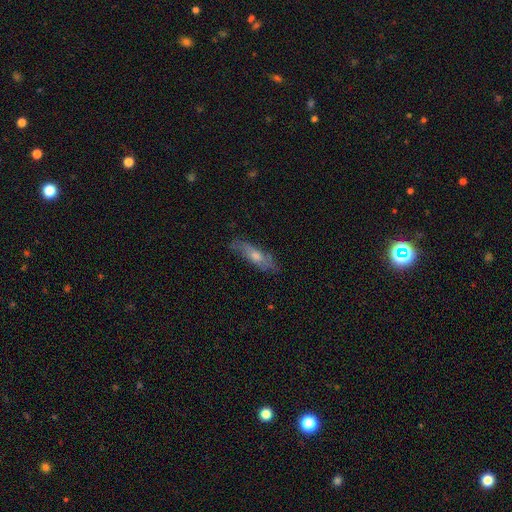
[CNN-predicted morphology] Smooth or featured? Predicted: smooth (p=0.47). Merging? Predicted: none (p=0.75).